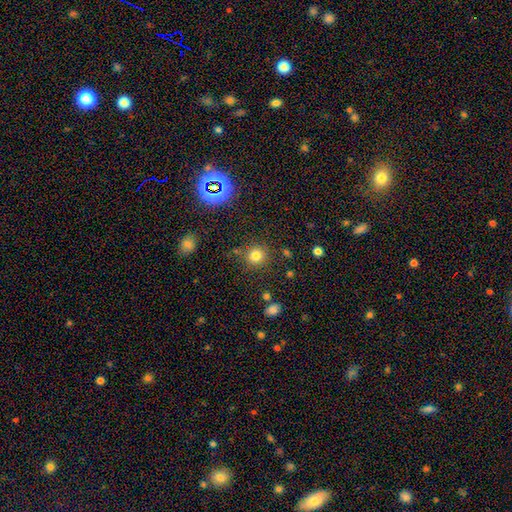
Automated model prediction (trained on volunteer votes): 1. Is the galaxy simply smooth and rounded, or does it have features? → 77% smooth, 17% star or artifact, 7% featured or disk.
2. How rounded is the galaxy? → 89% round, 10% in between, 1% cigar-shaped.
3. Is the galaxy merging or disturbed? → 82% none, 10% minor disturbance, 4% merger, 4% major disturbance.